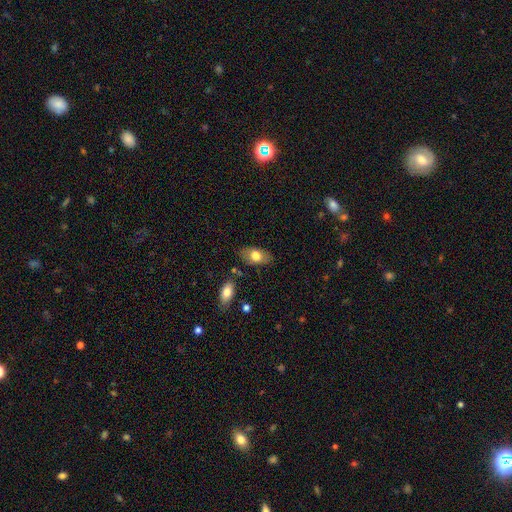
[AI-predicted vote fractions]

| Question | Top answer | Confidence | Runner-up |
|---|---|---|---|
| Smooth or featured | smooth | 73% | featured or disk (20%) |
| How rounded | in between | 91% | round (7%) |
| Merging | none | 80% | minor disturbance (14%) |